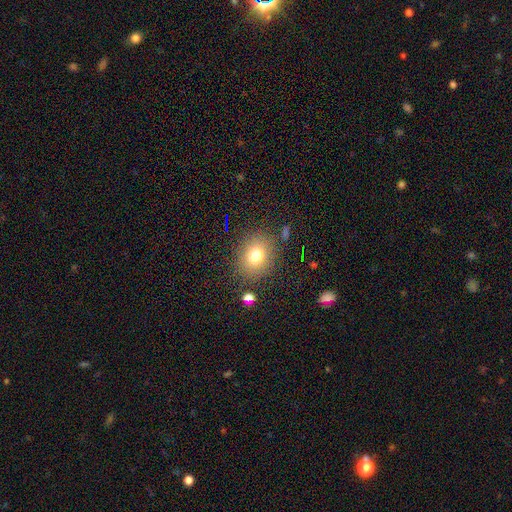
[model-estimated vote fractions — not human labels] Overall: smooth (76%). How rounded: round (60%; in between 39%). Merging: none (84%).